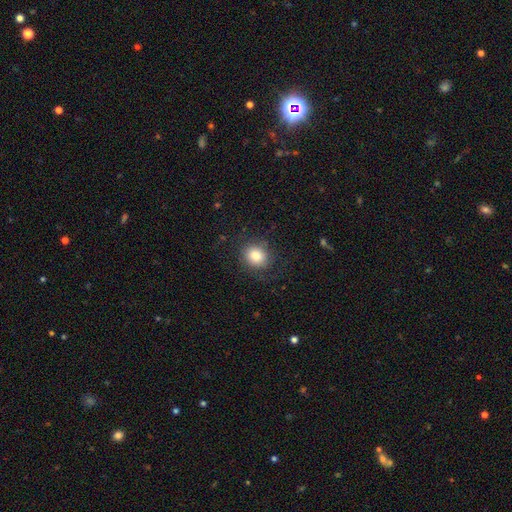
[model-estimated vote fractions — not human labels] smooth_or_featured: smooth (p=0.80) [alt: featured or disk p=0.11]
how_rounded: round (p=0.78) [alt: in between p=0.21]
merging: none (p=0.78) [alt: minor disturbance p=0.13]